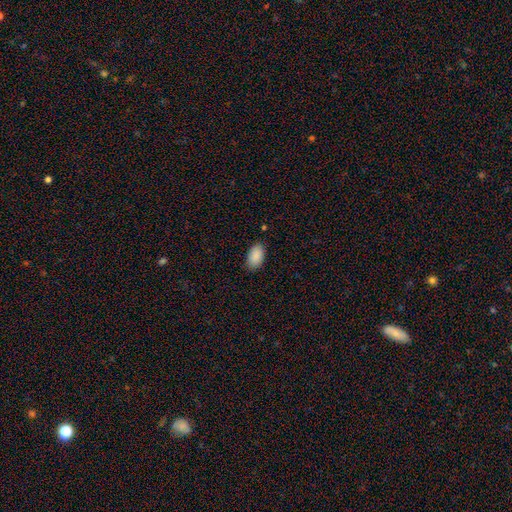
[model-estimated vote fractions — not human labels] Smooth or featured? smooth (90%)
How rounded? in between (95%)
Merging? none (85%)